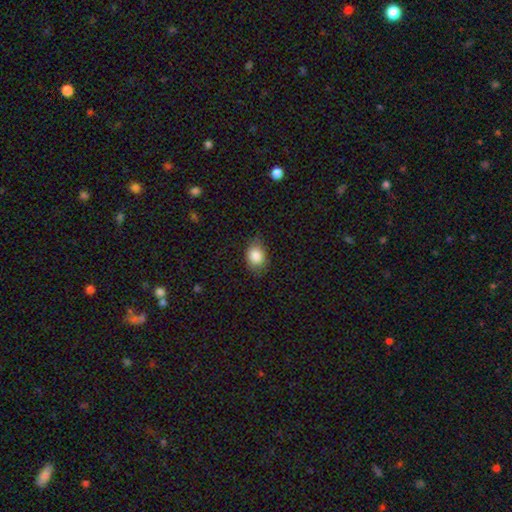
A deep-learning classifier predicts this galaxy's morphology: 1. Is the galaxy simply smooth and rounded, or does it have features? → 86% smooth, 8% star or artifact, 6% featured or disk.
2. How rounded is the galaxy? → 62% in between, 37% round, 1% cigar-shaped.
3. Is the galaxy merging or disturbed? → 72% none, 22% minor disturbance, 5% major disturbance, 1% merger.